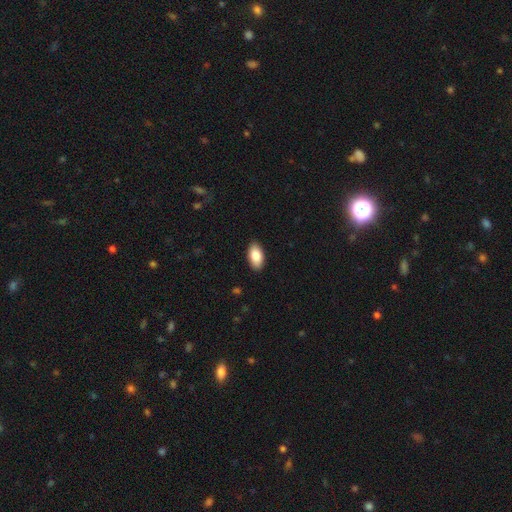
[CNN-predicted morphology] Smooth or featured: smooth — 86% (featured or disk — 8%)
How rounded: in between — 94% (cigar-shaped — 3%)
Merging: none — 89% (minor disturbance — 8%)